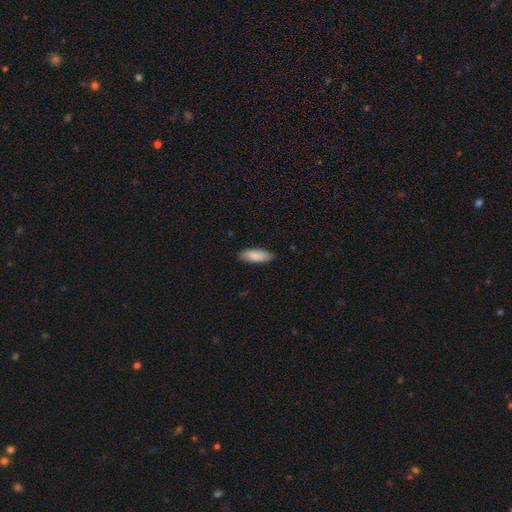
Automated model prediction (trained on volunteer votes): A smooth galaxy with no disk features (87%) that is in between round and cigar-shaped (64%).

Vote fractions:
- Smooth or featured? smooth: 87% / featured or disk: 7% / star or artifact: 5%
- How rounded? in between: 64% / cigar-shaped: 34% / round: 2%
- Merging? none: 85% / minor disturbance: 12% / major disturbance: 2% / merger: 1%